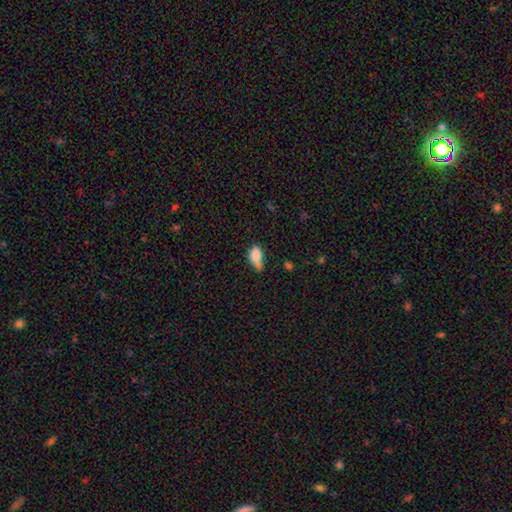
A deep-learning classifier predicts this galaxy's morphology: smooth 81%, star or artifact 10%, featured or disk 9%. Down the decision tree: how rounded — in between (84%); merging — minor disturbance (36%).